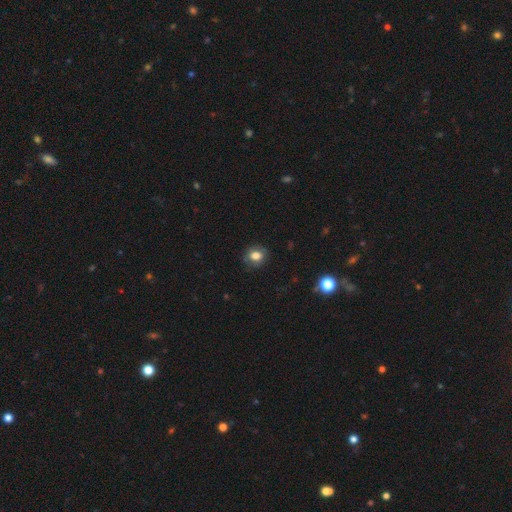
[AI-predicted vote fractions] This is likely a smooth galaxy (78%). How rounded: possibly round (59%). Merging: likely none (80%).